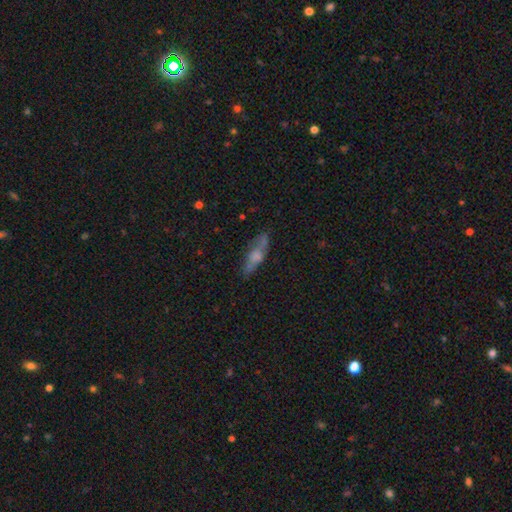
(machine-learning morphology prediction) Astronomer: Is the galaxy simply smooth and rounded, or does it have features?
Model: smooth — 50% (runner-up: featured or disk, 40%).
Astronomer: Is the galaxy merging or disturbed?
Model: none — 67%.